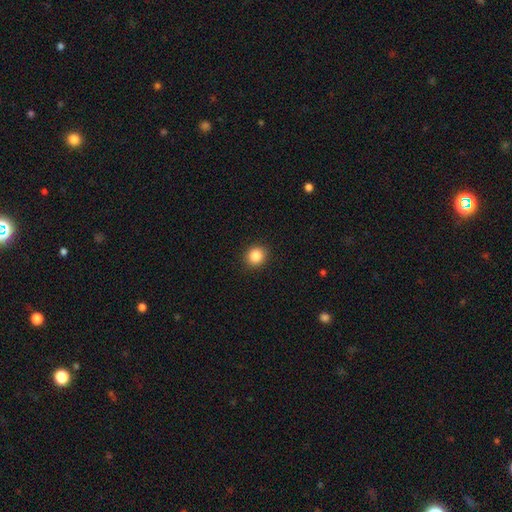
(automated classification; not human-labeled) A smooth galaxy with no disk features (86%) that is round (81%).

Vote fractions:
- Smooth or featured? smooth: 86% / star or artifact: 10% / featured or disk: 4%
- How rounded? round: 81% / in between: 18% / cigar-shaped: 1%
- Merging? none: 91% / minor disturbance: 6% / major disturbance: 2% / merger: 1%